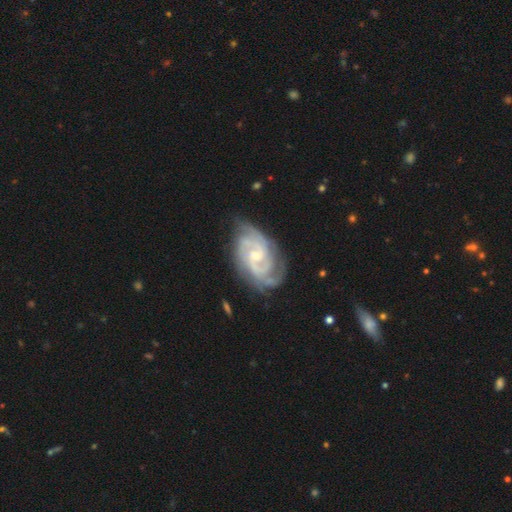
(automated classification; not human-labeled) Overall: featured or disk (89%). Edge-on disk: no (97%). Bar: no (49%; weak 41%). Spiral arms: yes (98%). Spiral arm count: 2 (35%; 3 25%). Spiral winding: tight (60%; medium 34%). Bulge size: small (58%; moderate 38%). Merging: none (71%).